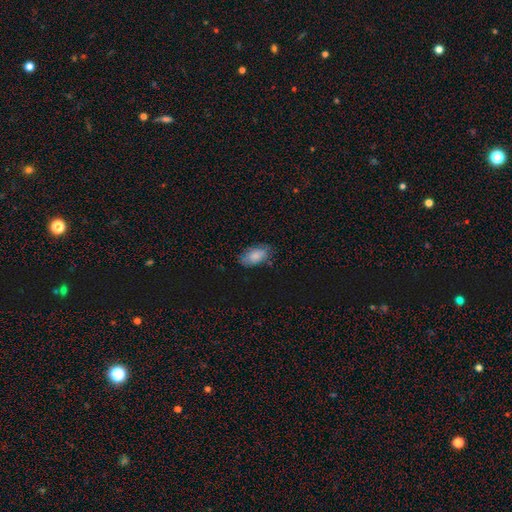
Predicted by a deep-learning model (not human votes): smooth_or_featured: smooth (p=0.77) [alt: featured or disk p=0.15]
how_rounded: in between (p=0.93) [alt: round p=0.04]
merging: none (p=0.73) [alt: minor disturbance p=0.21]